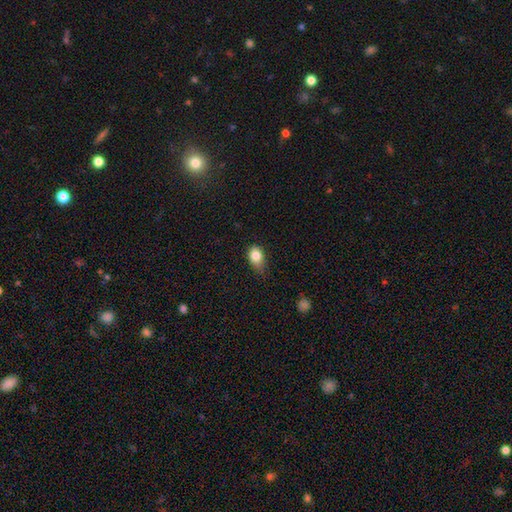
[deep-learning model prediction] Smooth or featured: smooth — 83% (star or artifact — 10%)
How rounded: in between — 74% (round — 24%)
Merging: none — 54% (minor disturbance — 37%)